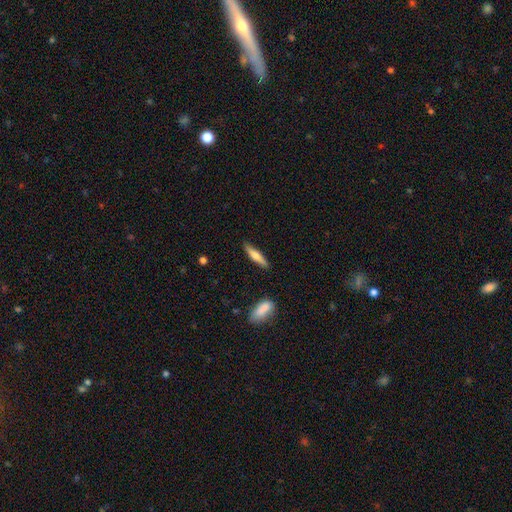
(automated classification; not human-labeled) This appears to be a smooth galaxy with no disk features (64%) that is cigar-shaped (81%). Merging: none (85%).